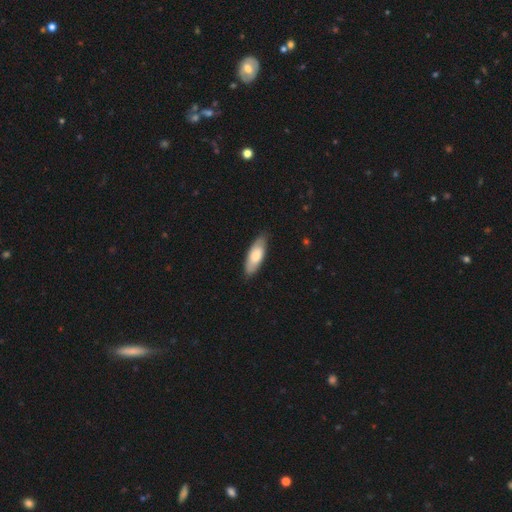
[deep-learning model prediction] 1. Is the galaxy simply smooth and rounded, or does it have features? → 73% smooth, 22% featured or disk, 5% star or artifact.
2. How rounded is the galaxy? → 69% in between, 29% cigar-shaped, 2% round.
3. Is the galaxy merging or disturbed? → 83% none, 14% minor disturbance, 2% major disturbance, 1% merger.